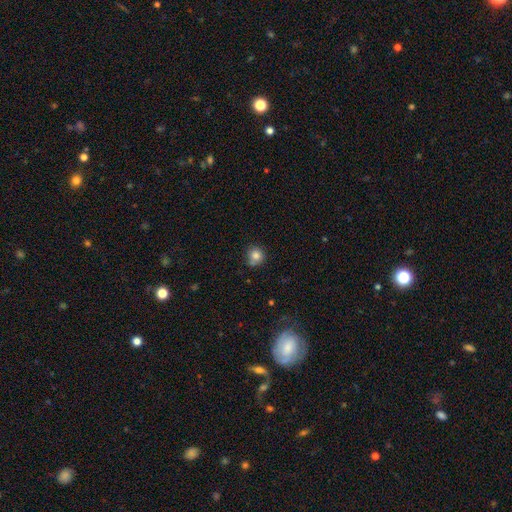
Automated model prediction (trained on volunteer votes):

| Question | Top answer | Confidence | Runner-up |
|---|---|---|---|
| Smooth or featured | smooth | 82% | star or artifact (11%) |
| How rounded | round | 91% | in between (9%) |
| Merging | none | 73% | minor disturbance (17%) |